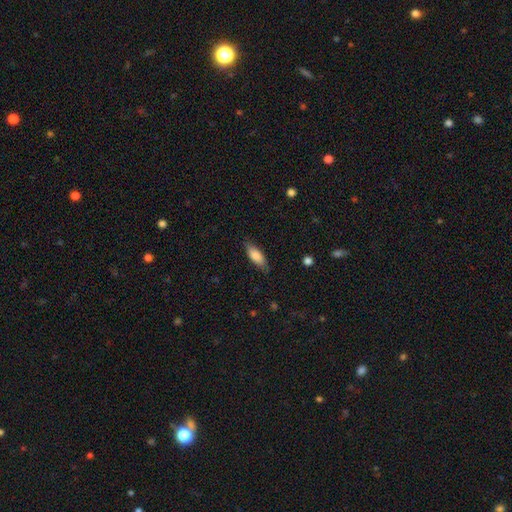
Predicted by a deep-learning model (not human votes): smooth-or-featured: smooth: 82% | featured or disk: 12% | star or artifact: 6%
  how-rounded: in between: 69% | cigar-shaped: 29% | round: 2%
  merging: none: 81% | minor disturbance: 15% | major disturbance: 3% | merger: 1%